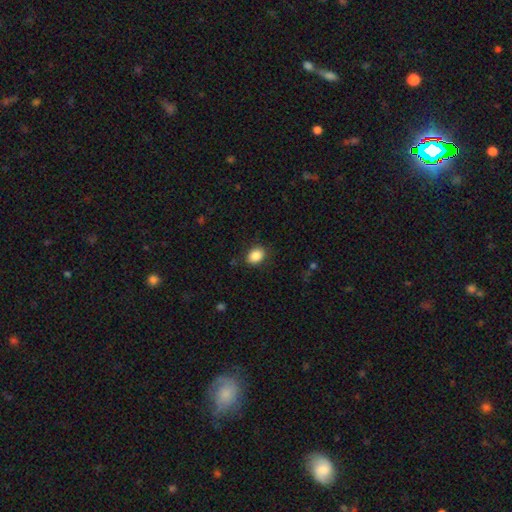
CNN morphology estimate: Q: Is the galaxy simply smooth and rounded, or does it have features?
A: smooth — 87%.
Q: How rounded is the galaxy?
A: in between — 70%.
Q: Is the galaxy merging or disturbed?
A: none — 84%.